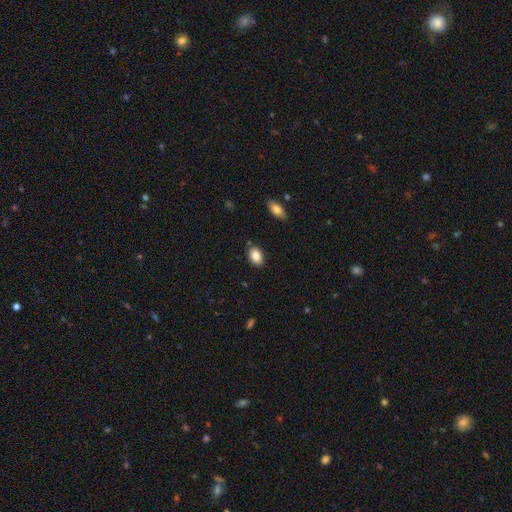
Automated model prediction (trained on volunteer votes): Smooth or featured? Predicted: smooth (p=0.86). How rounded? Predicted: in between (p=0.85). Merging? Predicted: none (p=0.84).